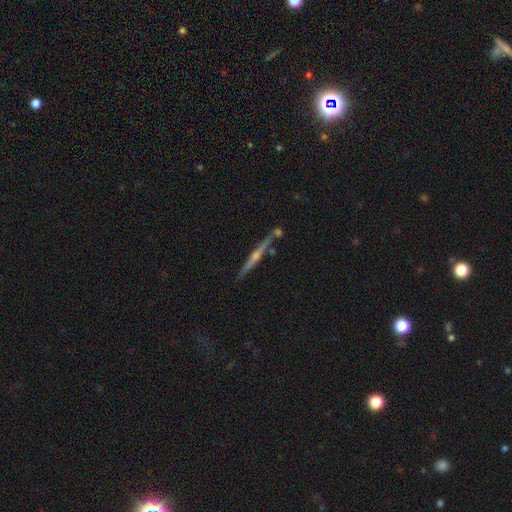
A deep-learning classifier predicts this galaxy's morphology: Q: Smooth or featured?
A: featured or disk (73%); runner-up: smooth (16%)
Q: Edge-on disk?
A: yes (95%); runner-up: no (5%)
Q: Edge-on bulge?
A: rounded (76%); runner-up: none (16%)
Q: Merging?
A: none (76%); runner-up: minor disturbance (13%)